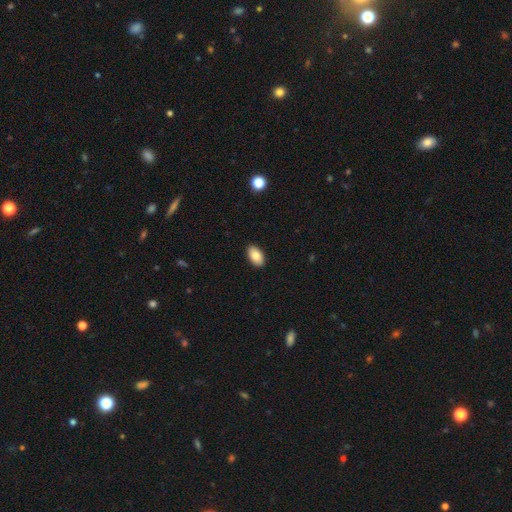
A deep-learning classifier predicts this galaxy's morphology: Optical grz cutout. It shows a smooth galaxy with no disk features (84%) that is in between round and cigar-shaped (95%). Merging: none (90%).